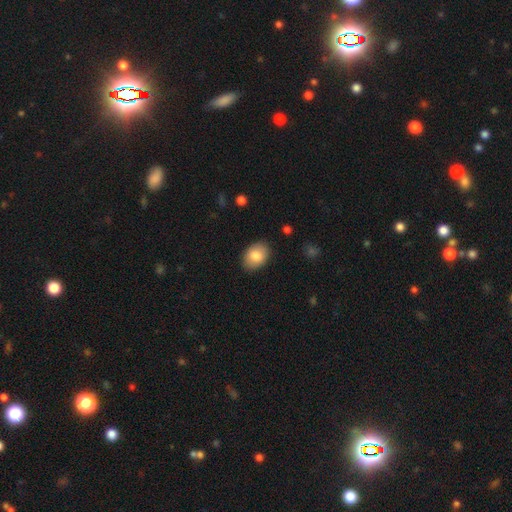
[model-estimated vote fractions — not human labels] Q: Smooth or featured?
A: smooth (82%); runner-up: featured or disk (11%)
Q: How rounded?
A: in between (81%); runner-up: round (18%)
Q: Merging?
A: none (87%); runner-up: minor disturbance (10%)